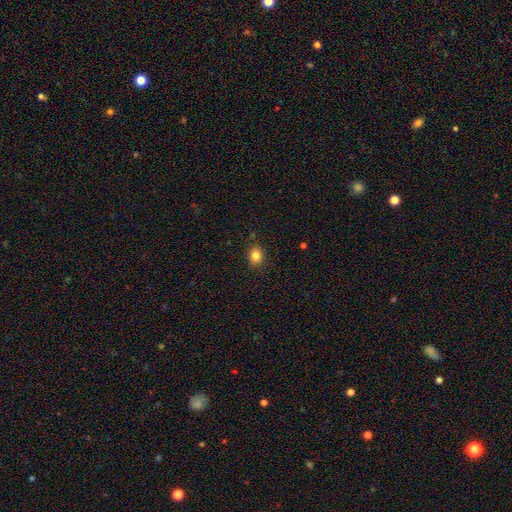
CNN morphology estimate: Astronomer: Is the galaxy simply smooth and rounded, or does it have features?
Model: smooth — 83%.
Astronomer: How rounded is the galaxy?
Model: round — 58% (runner-up: in between, 41%).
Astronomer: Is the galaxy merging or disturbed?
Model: none — 87%.